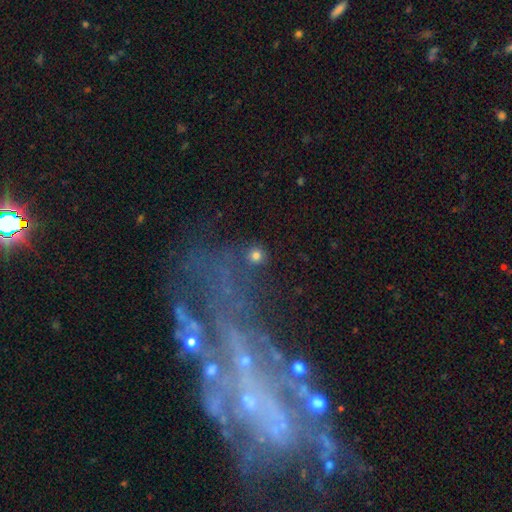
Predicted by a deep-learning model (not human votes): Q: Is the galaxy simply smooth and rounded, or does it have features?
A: smooth — 76%.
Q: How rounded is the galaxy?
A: round — 94%.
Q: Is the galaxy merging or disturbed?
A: none — 84%.